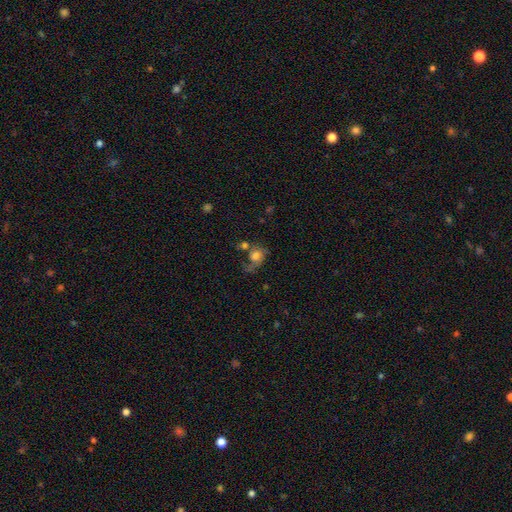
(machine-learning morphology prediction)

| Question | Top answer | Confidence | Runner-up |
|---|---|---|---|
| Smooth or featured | smooth | 51% | featured or disk (37%) |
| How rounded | round | 50% | in between (49%) |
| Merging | major disturbance | 30% | tied: none (30%) |